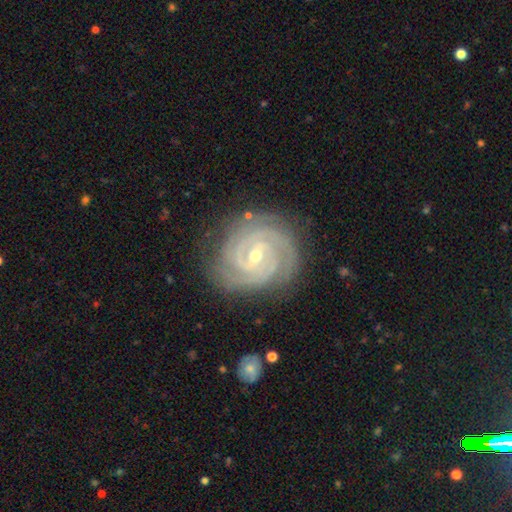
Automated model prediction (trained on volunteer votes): A featured or disk galaxy (92%) with a weak bar (50%), 3 (34%) tight (82%) spiral arms (99%) and a small central bulge (59%). Merging: none (82%).